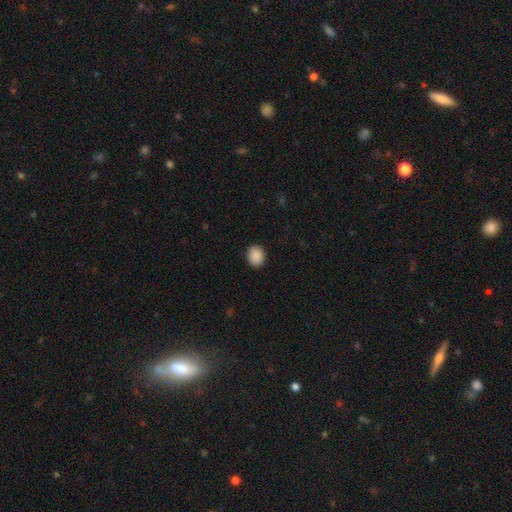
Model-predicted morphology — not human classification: This appears to be a smooth galaxy with no disk features (90%) that is round (53%). Merging: none (89%).